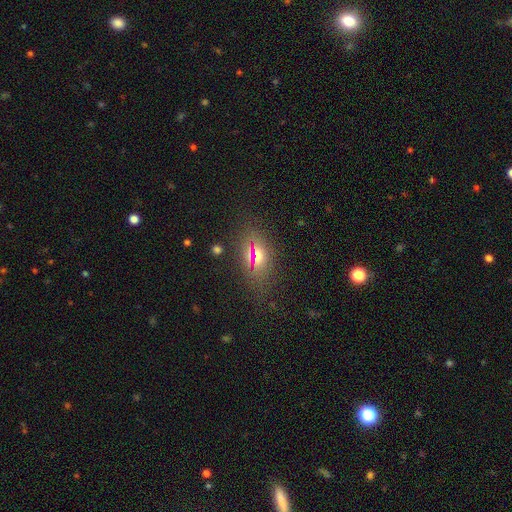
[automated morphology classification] This is possibly a smooth galaxy (57%). How rounded: likely in between (80%). Merging: likely none (80%).